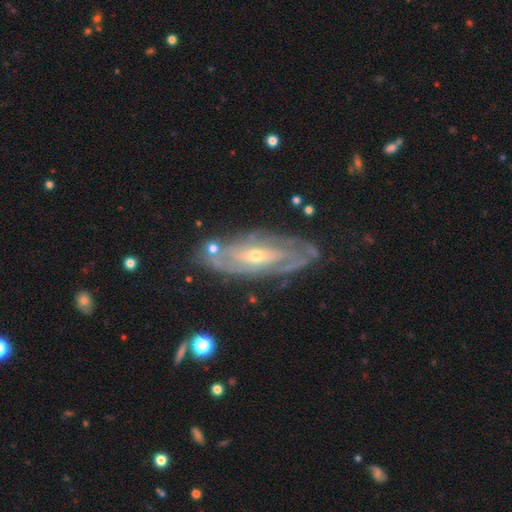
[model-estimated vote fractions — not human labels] A featured or disk galaxy (85%) with no bar (50%), tight (69%) spiral arms (90%) and a small central bulge (58%). Merging: none (76%).